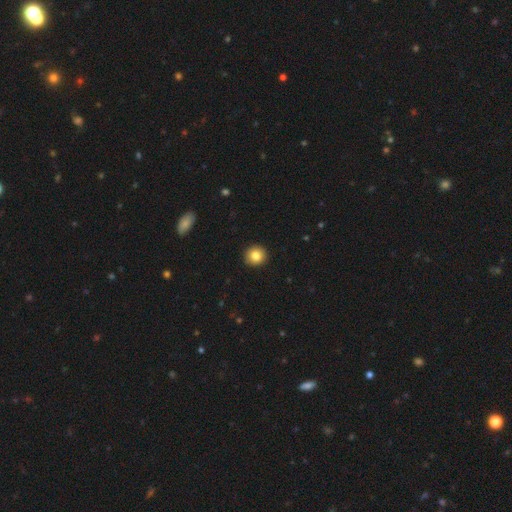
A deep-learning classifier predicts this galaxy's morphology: smooth_or_featured: smooth (p=0.83) [alt: star or artifact p=0.09]
how_rounded: round (p=0.92) [alt: in between p=0.07]
merging: none (p=0.93) [alt: minor disturbance p=0.05]